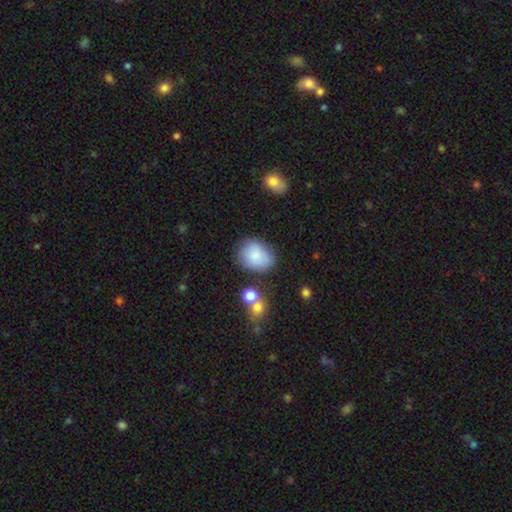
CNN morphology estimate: Smooth or featured? Predicted: smooth (p=0.80). How rounded? Predicted: in between (p=0.58). Merging? Predicted: none (p=0.62).